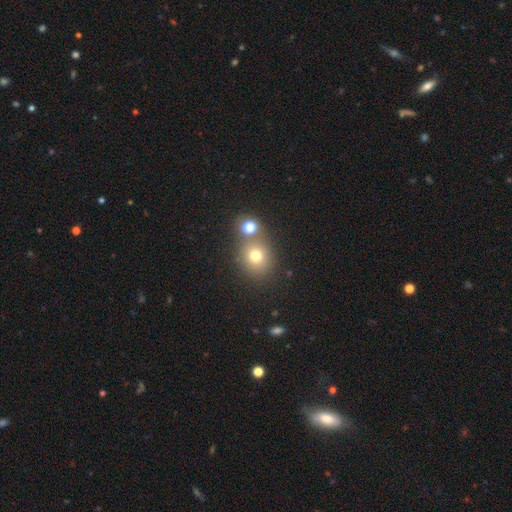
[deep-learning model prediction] Overall: smooth (73%). How rounded: round (76%). Merging: none (59%; merger 28%).